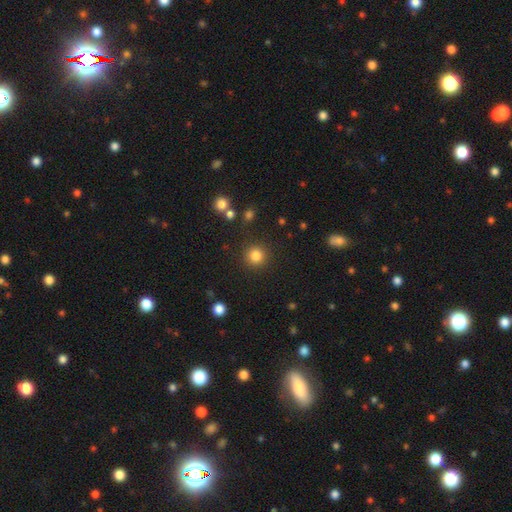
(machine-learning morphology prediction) Smooth or featured: smooth — 83% (star or artifact — 12%)
How rounded: round — 94% (in between — 5%)
Merging: none — 89% (minor disturbance — 6%)